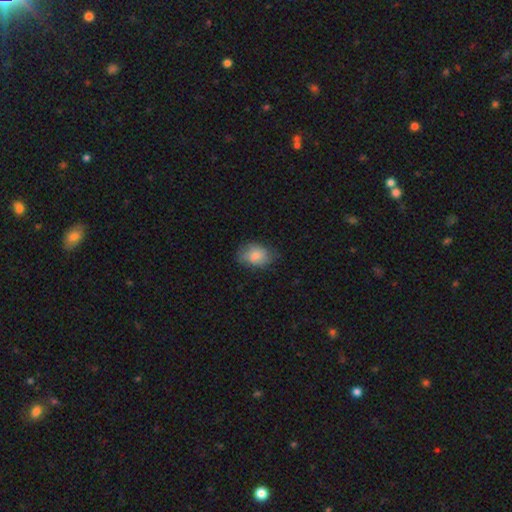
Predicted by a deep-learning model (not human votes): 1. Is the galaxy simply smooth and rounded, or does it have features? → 80% smooth, 13% featured or disk, 8% star or artifact.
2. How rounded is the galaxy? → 75% in between, 24% round, 1% cigar-shaped.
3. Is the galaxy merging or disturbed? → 62% none, 28% minor disturbance, 8% major disturbance, 2% merger.